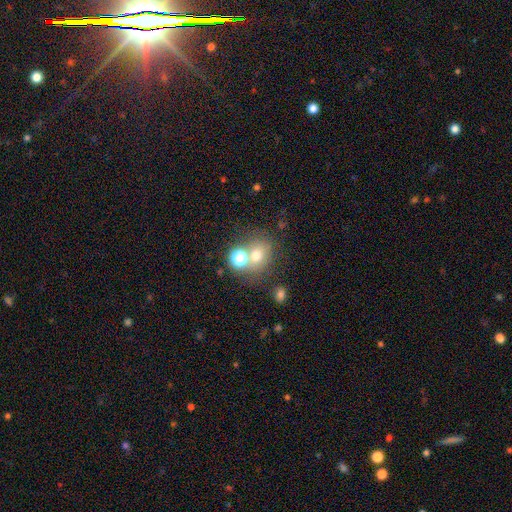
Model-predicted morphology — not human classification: This appears to be a smooth galaxy with no disk features (67%) that is round (67%). Merging: none (52%).